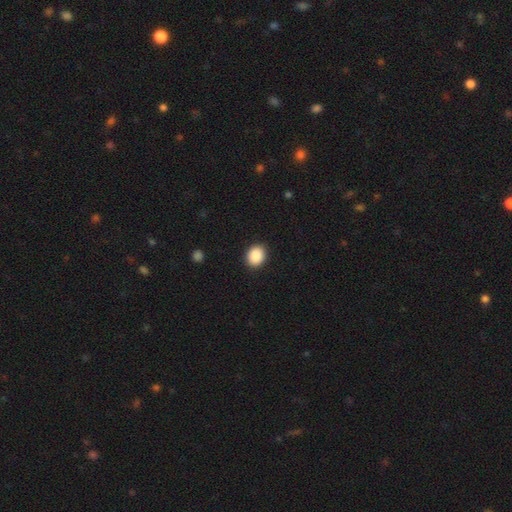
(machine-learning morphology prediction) smooth_or_featured: smooth (p=0.89) [alt: star or artifact p=0.08]
how_rounded: round (p=0.56) [alt: in between p=0.43]
merging: none (p=0.91) [alt: minor disturbance p=0.06]